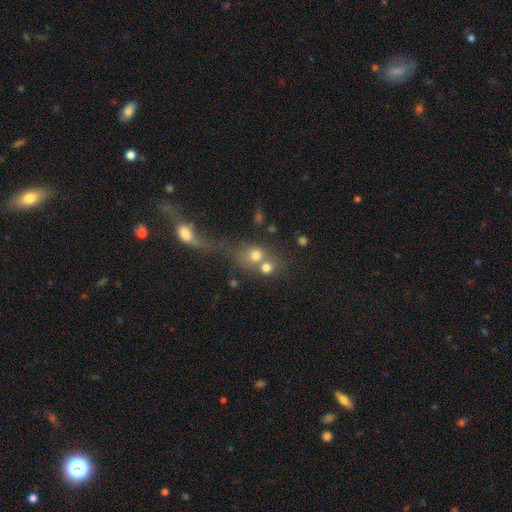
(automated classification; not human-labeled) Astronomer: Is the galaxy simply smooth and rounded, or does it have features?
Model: smooth — 69%.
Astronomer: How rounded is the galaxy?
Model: round — 77%.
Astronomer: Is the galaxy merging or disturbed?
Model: merger — 54% (runner-up: none, 31%).